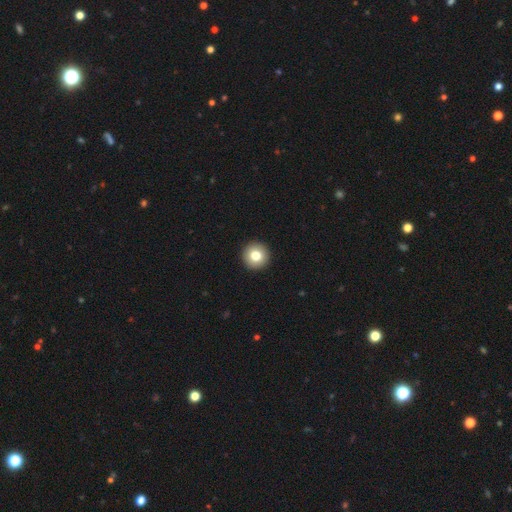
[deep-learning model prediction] The model was most divided on "smooth or featured": smooth: 80%, featured or disk: 11%, star or artifact: 9%. More confident: how rounded — round (96%); merging — none (94%).